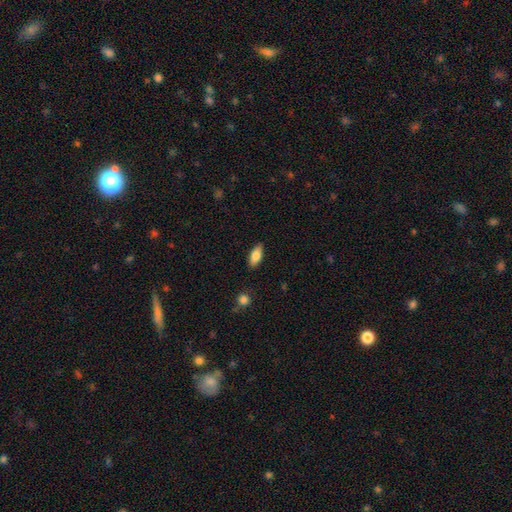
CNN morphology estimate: The model was most divided on "how rounded": in between: 83%, cigar-shaped: 15%, round: 2%. More confident: merging — none (86%); smooth or featured — smooth (81%).